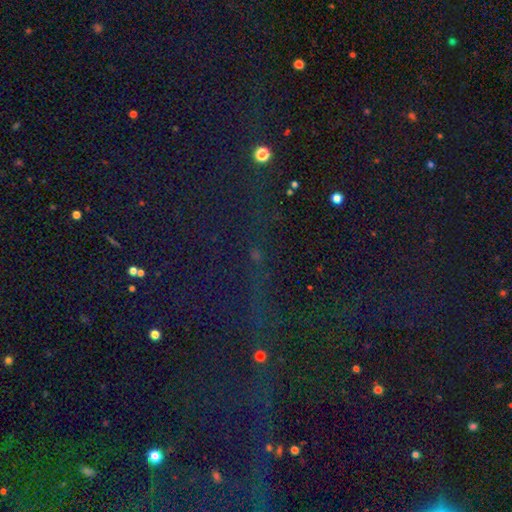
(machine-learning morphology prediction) Smooth or featured? Predicted: star or artifact (p=0.80).